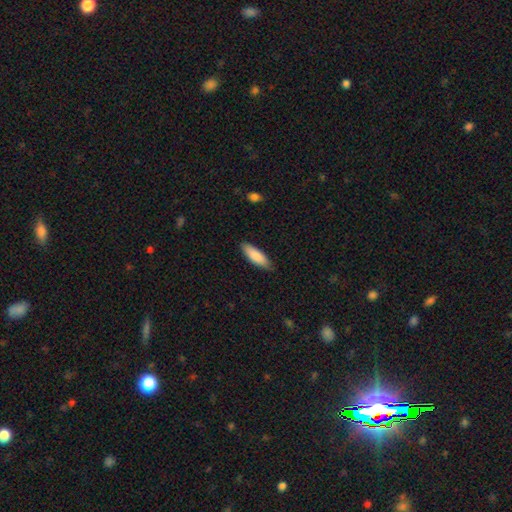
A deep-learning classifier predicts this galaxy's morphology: smooth-or-featured: smooth: 87% | featured or disk: 8% | star or artifact: 5%
  how-rounded: in between: 55% | cigar-shaped: 43% | round: 1%
  merging: none: 85% | minor disturbance: 12% | major disturbance: 2% | merger: 1%